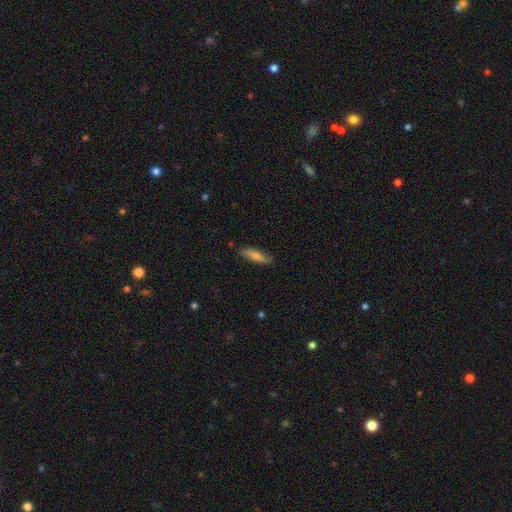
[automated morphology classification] smooth 71%, featured or disk 23%, star or artifact 6%. Down the decision tree: how rounded — cigar-shaped (64%); merging — none (81%).